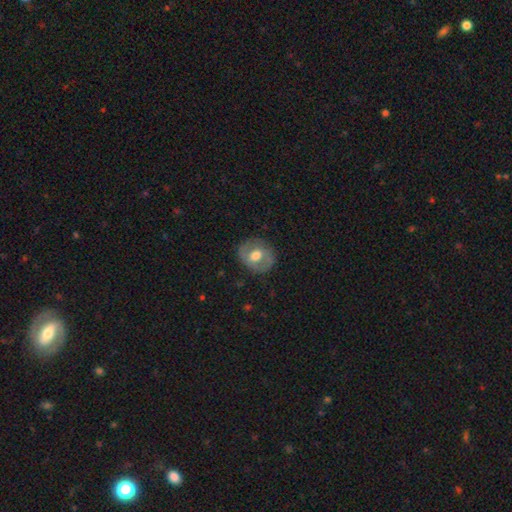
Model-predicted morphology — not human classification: This is possibly a smooth galaxy (51%). How rounded: likely round (65%). Merging: likely none (80%).